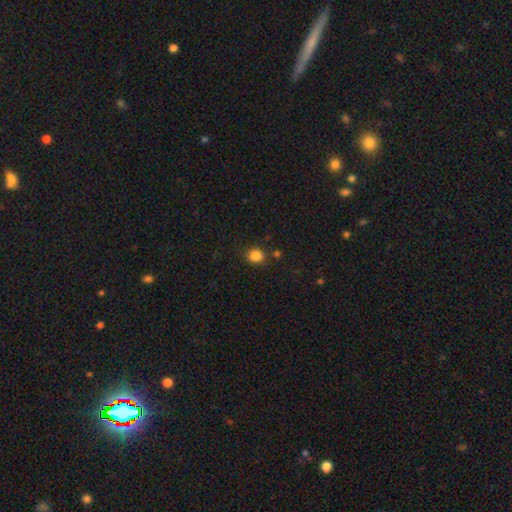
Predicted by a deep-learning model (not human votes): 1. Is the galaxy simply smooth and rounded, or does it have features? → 85% smooth, 12% star or artifact, 4% featured or disk.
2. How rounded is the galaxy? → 70% round, 29% in between, 1% cigar-shaped.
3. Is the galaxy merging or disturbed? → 80% none, 12% minor disturbance, 5% merger, 4% major disturbance.